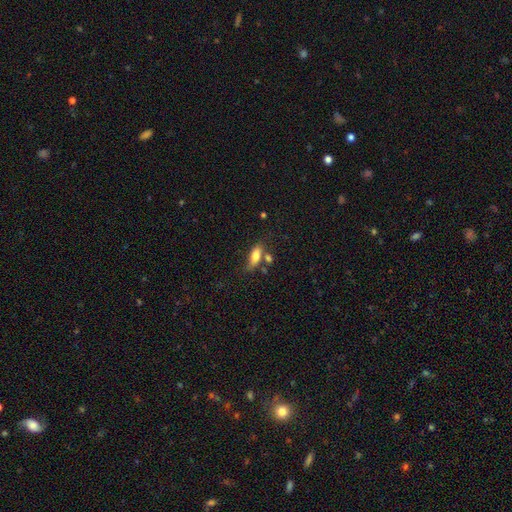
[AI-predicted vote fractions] This is likely a smooth galaxy (74%). How rounded: likely in between (73%). Merging: possibly none (57%).